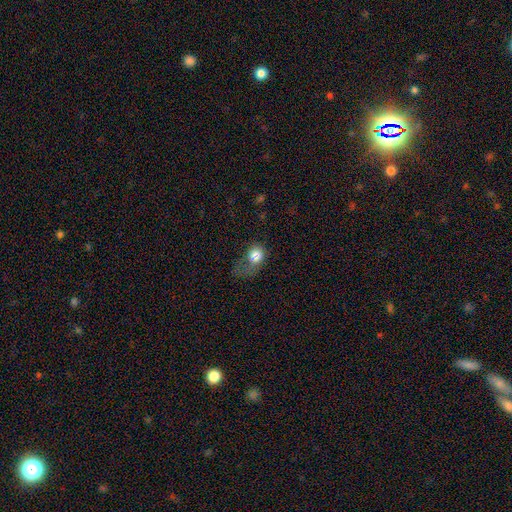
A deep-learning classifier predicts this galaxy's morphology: Smooth or featured: smooth — 77% (featured or disk — 13%)
How rounded: round — 60% (in between — 38%)
Merging: major disturbance — 49% (none — 23%)